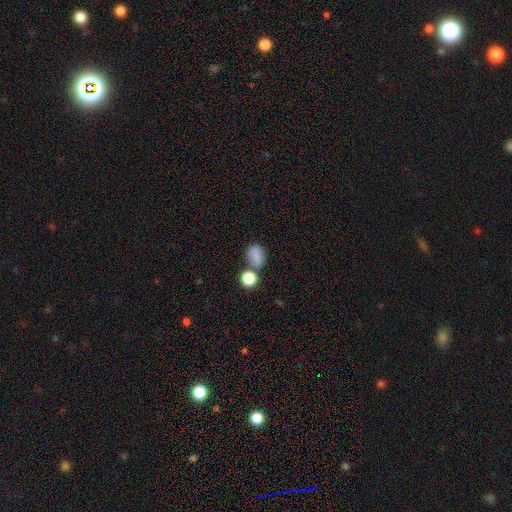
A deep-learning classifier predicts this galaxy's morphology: Smooth or featured: smooth — 74% (star or artifact — 14%)
How rounded: in between — 61% (round — 37%)
Merging: none — 50% (merger — 23%)